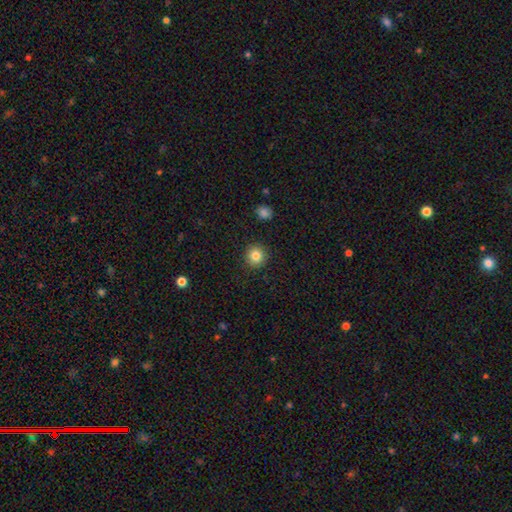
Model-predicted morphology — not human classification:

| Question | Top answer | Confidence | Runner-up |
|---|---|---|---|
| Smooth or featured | smooth | 83% | star or artifact (11%) |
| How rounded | round | 94% | in between (5%) |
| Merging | none | 91% | minor disturbance (6%) |